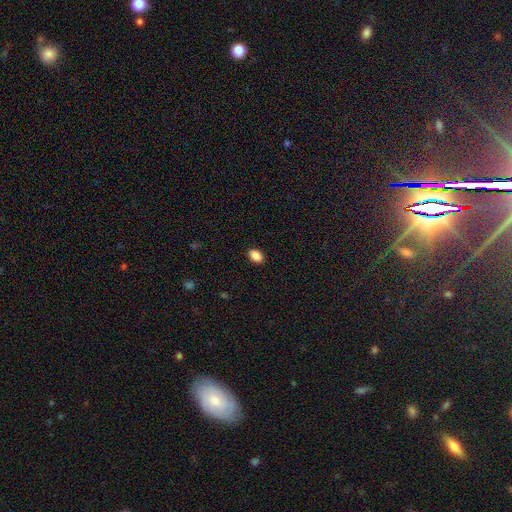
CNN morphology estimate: smooth_or_featured: smooth (p=0.88) [alt: star or artifact p=0.09]
how_rounded: in between (p=0.81) [alt: round p=0.17]
merging: none (p=0.90) [alt: minor disturbance p=0.07]